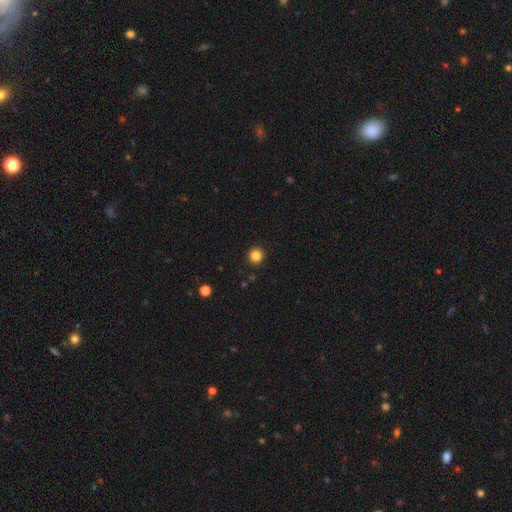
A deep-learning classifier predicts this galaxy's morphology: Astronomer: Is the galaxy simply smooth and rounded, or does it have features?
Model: smooth — 84%.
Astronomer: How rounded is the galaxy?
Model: round — 95%.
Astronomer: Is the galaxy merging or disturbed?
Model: none — 93%.